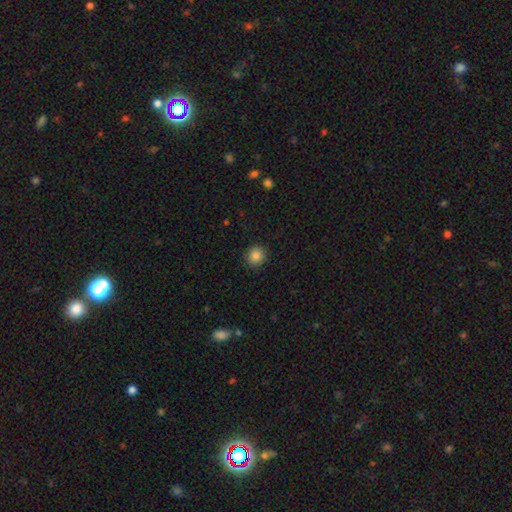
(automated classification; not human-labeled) A smooth galaxy with no disk features (86%) that is round (88%).

Vote fractions:
- Smooth or featured? smooth: 86% / star or artifact: 10% / featured or disk: 4%
- How rounded? round: 88% / in between: 11% / cigar-shaped: 1%
- Merging? none: 91% / minor disturbance: 6% / major disturbance: 2% / merger: 1%